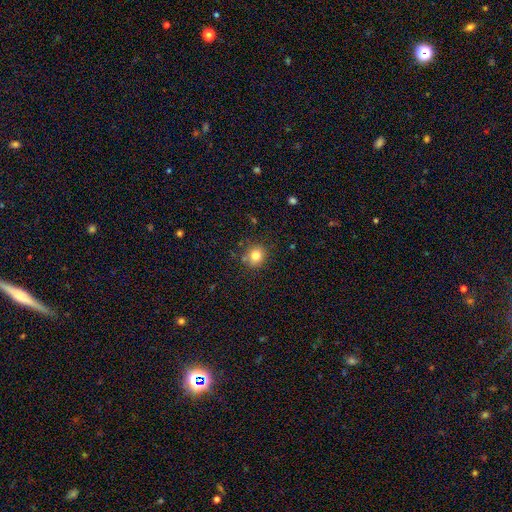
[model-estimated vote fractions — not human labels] A smooth galaxy with no disk features (80%) that is round (82%).

Vote fractions:
- Smooth or featured? smooth: 80% / star or artifact: 12% / featured or disk: 8%
- How rounded? round: 82% / in between: 17% / cigar-shaped: 1%
- Merging? none: 81% / minor disturbance: 12% / merger: 5% / major disturbance: 3%